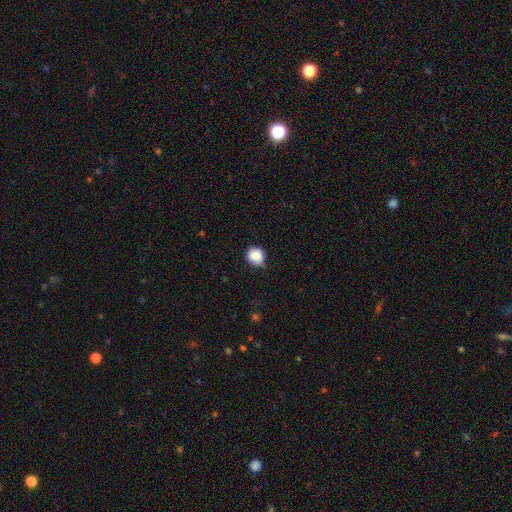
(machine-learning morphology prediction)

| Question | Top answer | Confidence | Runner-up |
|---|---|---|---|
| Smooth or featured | smooth | 84% | star or artifact (9%) |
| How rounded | round | 87% | in between (12%) |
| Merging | none | 64% | minor disturbance (29%) |